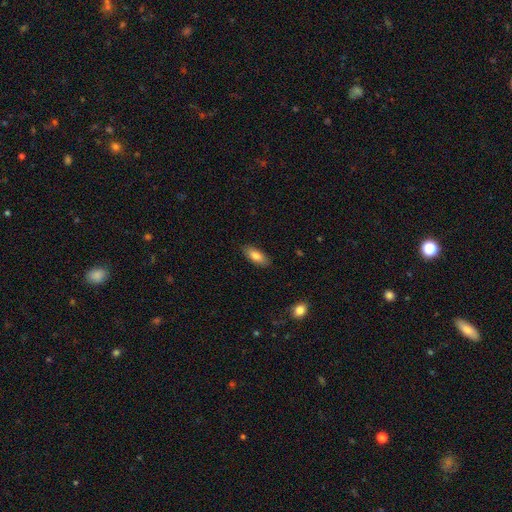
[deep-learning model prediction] The model was most divided on "how rounded": in between: 81%, cigar-shaped: 17%, round: 2%. More confident: merging — none (87%); smooth or featured — smooth (81%).